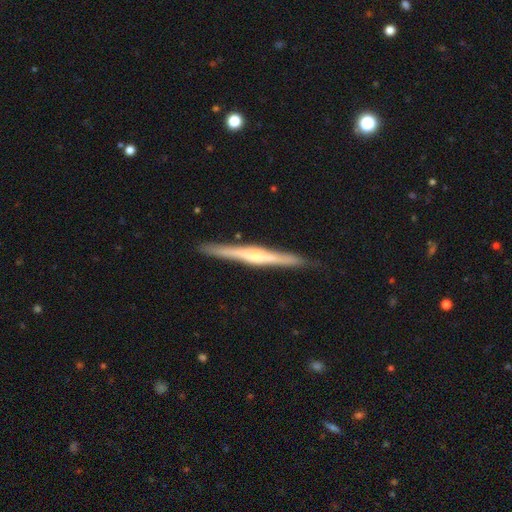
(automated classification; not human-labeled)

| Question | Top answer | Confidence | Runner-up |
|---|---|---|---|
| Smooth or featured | featured or disk | 73% | smooth (21%) |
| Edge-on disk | yes | 98% | no (2%) |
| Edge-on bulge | rounded | 63% | none (20%) |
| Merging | none | 90% | minor disturbance (8%) |